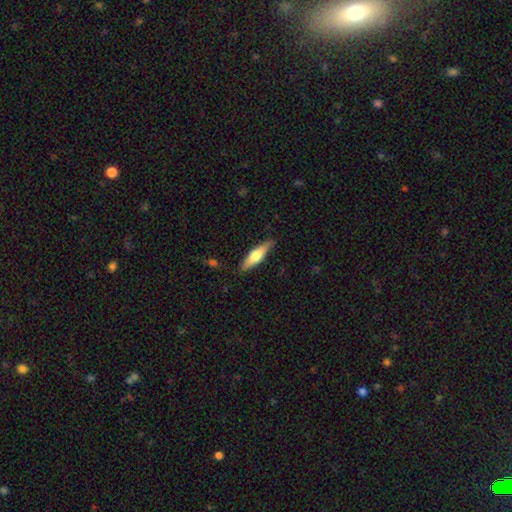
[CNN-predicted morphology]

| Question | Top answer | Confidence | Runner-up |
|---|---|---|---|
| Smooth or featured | smooth | 53% | featured or disk (41%) |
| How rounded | cigar-shaped | 68% | in between (30%) |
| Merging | none | 84% | minor disturbance (12%) |